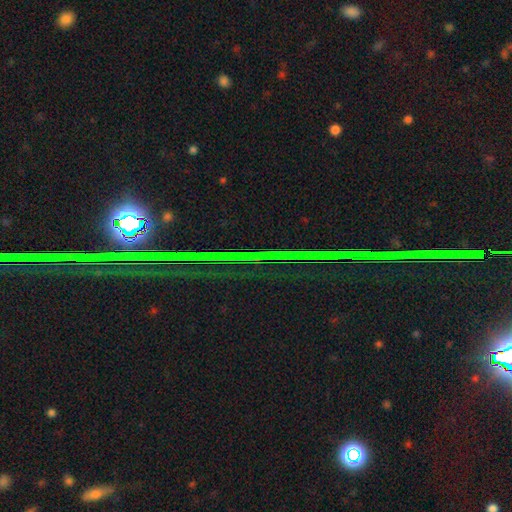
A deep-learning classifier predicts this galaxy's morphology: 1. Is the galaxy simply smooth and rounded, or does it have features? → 88% star or artifact, 7% featured or disk, 5% smooth.